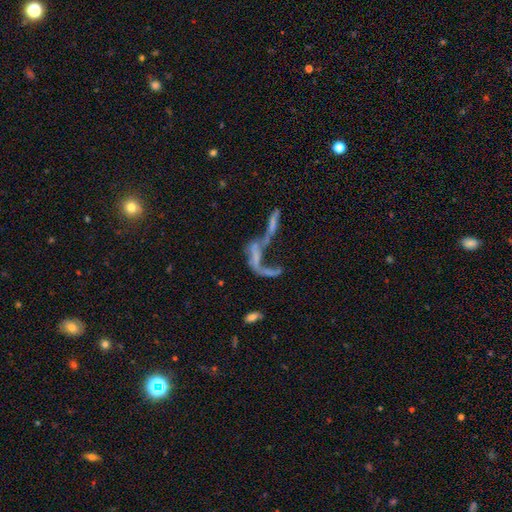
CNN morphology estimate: Smooth or featured? featured or disk (53%)
Edge-on disk? no (89%)
Merging? merger (57%)